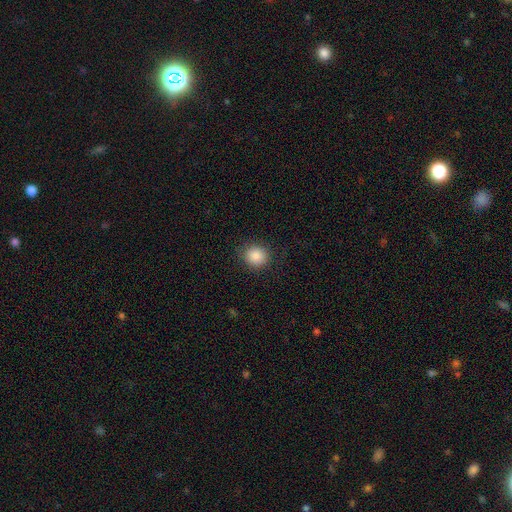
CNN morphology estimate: Smooth or featured?
  - smooth: 87% *
  - star or artifact: 9%
  - featured or disk: 4%
How rounded?
  - round: 82% *
  - in between: 17%
  - cigar-shaped: 1%
Merging?
  - none: 87% *
  - minor disturbance: 9%
  - major disturbance: 3%
  - merger: 1%